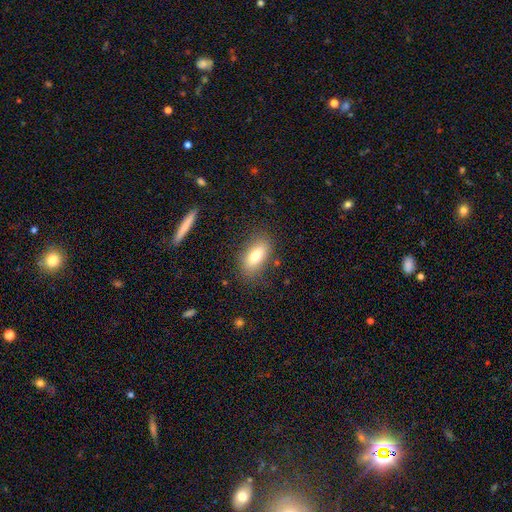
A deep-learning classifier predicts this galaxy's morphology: Overall: smooth (77%). How rounded: in between (84%). Merging: none (80%).